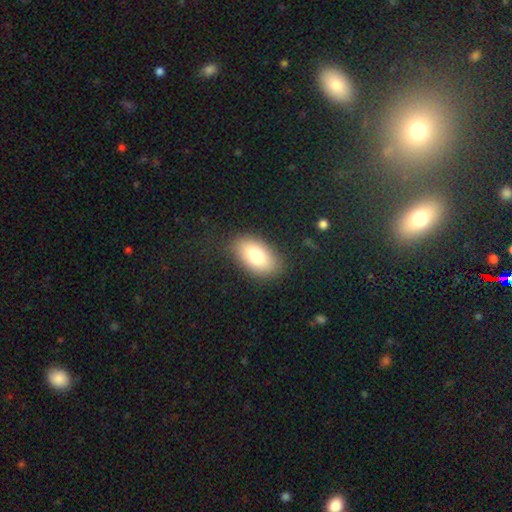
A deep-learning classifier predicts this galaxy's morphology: smooth 79%, featured or disk 13%, star or artifact 8%. Down the decision tree: how rounded — in between (92%); merging — none (83%).